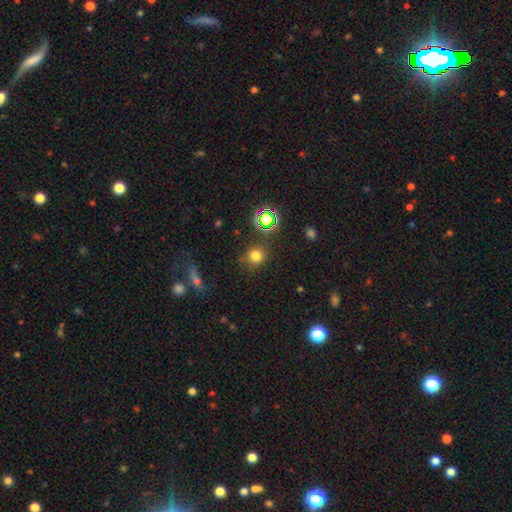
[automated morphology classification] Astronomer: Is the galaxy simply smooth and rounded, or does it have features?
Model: smooth — 72%.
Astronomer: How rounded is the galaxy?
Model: round — 88%.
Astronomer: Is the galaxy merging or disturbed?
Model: none — 80%.